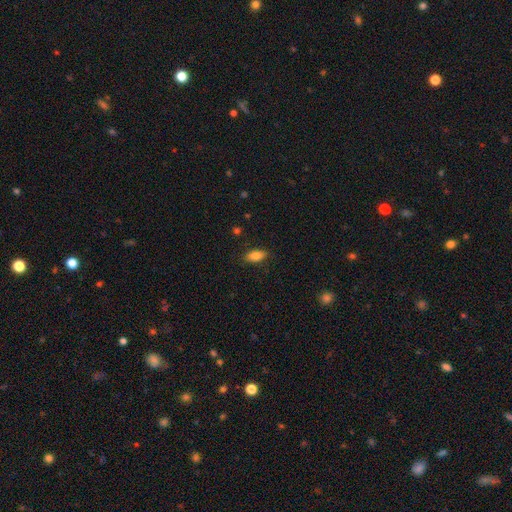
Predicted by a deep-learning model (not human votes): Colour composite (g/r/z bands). It shows a smooth galaxy with no disk features (82%) that is in between round and cigar-shaped (87%). Merging: none (85%).